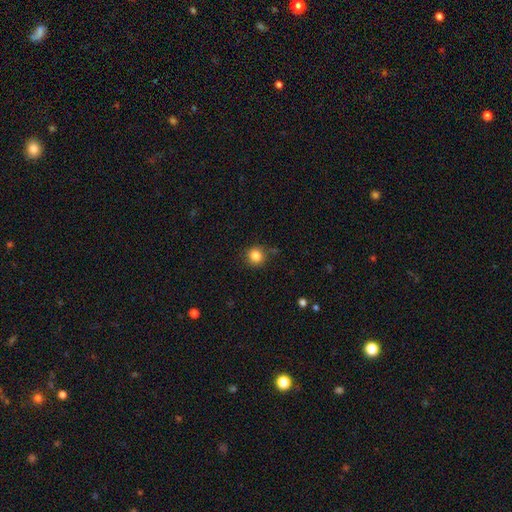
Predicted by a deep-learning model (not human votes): Smooth or featured: smooth — 84% (star or artifact — 11%)
How rounded: round — 88% (in between — 11%)
Merging: none — 81% (minor disturbance — 13%)